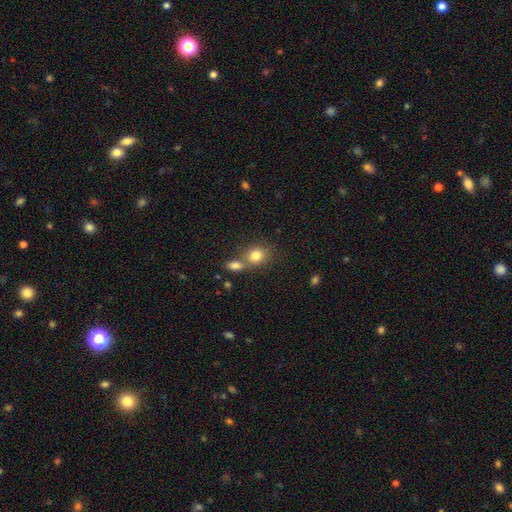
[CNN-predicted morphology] This appears to be a smooth galaxy with no disk features (81%) that is round (64%). Merging: none (48%).